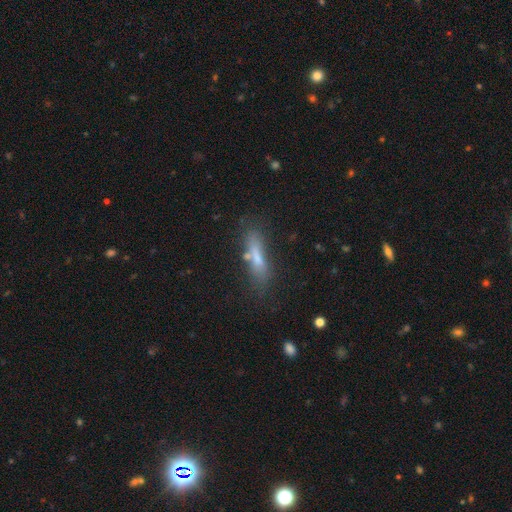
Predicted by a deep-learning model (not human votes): This is likely a smooth galaxy (61%). How rounded: likely cigar-shaped (74%). Merging: likely none (67%).